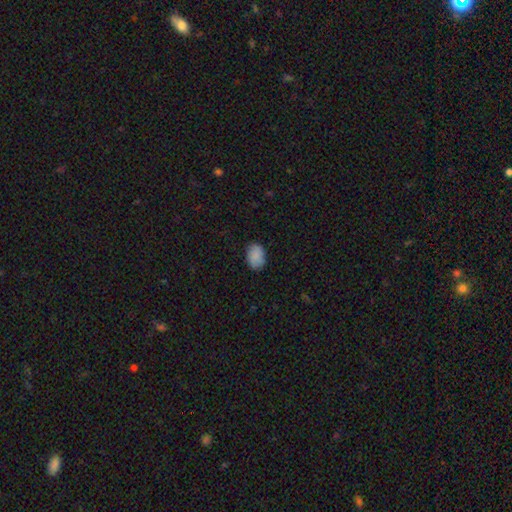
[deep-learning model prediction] smooth_or_featured: smooth (p=0.87) [alt: star or artifact p=0.07]
how_rounded: in between (p=0.82) [alt: round p=0.17]
merging: none (p=0.84) [alt: minor disturbance p=0.13]